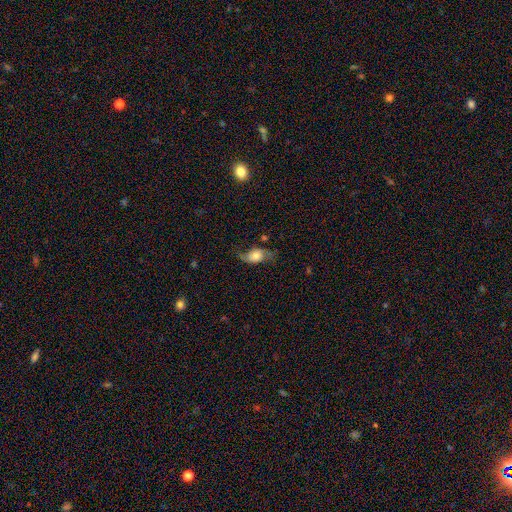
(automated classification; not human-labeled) smooth_or_featured: featured or disk (p=0.49) [alt: smooth p=0.43]
merging: none (p=0.57) [alt: minor disturbance p=0.25]